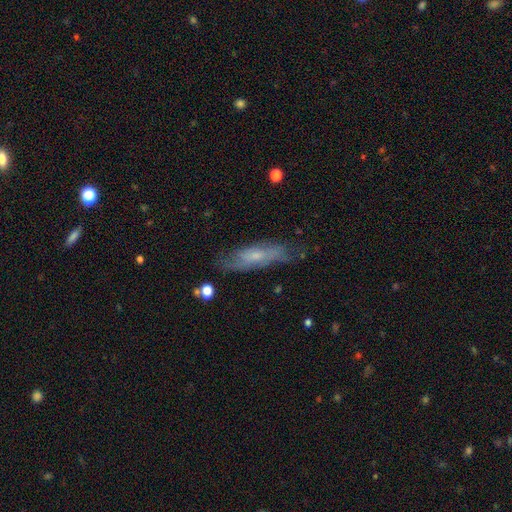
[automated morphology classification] smooth-or-featured: featured or disk: 50% | smooth: 43% | star or artifact: 8%
  merging: none: 66% | minor disturbance: 23% | major disturbance: 9% | merger: 2%